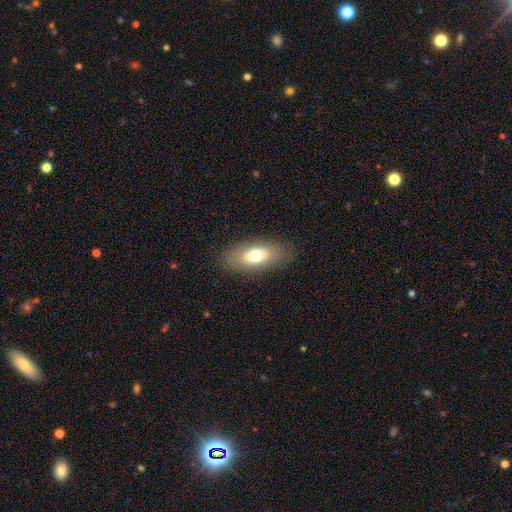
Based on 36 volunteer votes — smooth_or_featured: smooth (p=0.69) [alt: featured or disk p=0.25]
how_rounded: in between (p=0.80) [alt: cigar-shaped p=0.12]
merging: none (p=0.91) [alt: minor disturbance p=0.06]